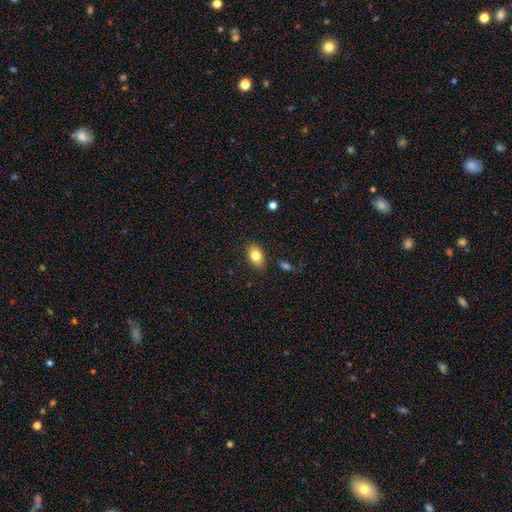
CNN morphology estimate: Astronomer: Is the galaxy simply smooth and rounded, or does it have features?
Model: smooth — 80%.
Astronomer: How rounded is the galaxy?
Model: in between — 87%.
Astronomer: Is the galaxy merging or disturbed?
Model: none — 86%.